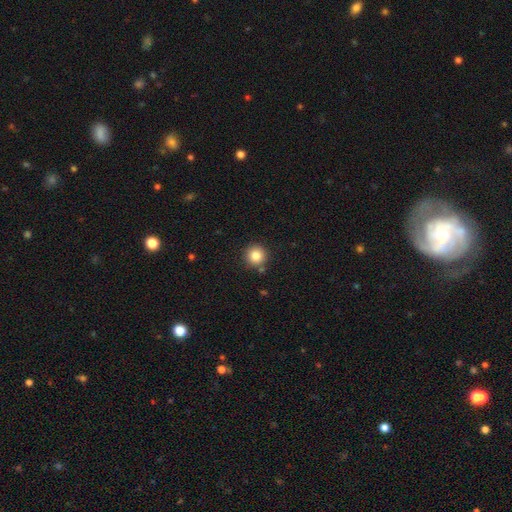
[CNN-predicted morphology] Smooth or featured: smooth — 83% (star or artifact — 11%)
How rounded: round — 94% (in between — 5%)
Merging: none — 85% (minor disturbance — 8%)